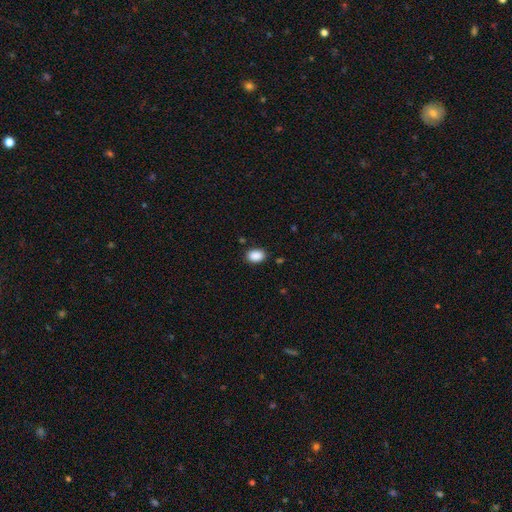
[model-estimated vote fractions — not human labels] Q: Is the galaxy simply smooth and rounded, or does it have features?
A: smooth — 90%.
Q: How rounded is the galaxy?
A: in between — 79%.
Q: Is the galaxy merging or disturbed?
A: none — 86%.